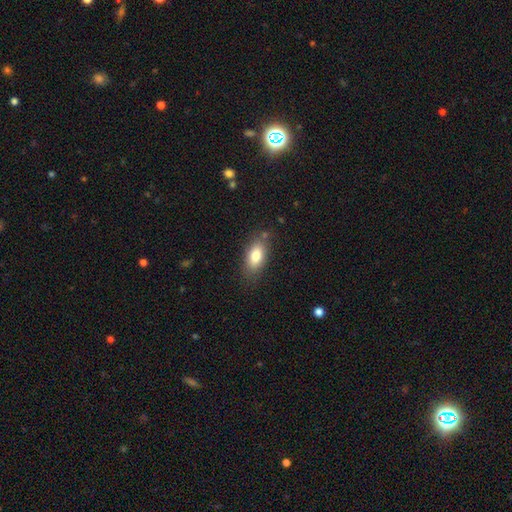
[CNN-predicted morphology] A smooth galaxy with no disk features (80%) that is in between round and cigar-shaped (88%). Merging: none (79%).